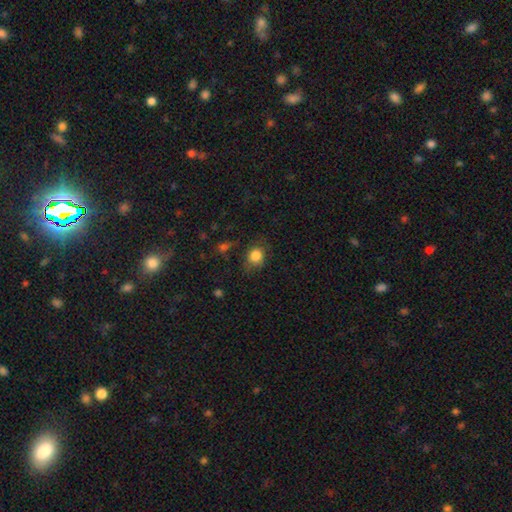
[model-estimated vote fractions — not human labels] Smooth or featured: smooth — 83% (star or artifact — 10%)
How rounded: round — 64% (in between — 35%)
Merging: none — 70% (minor disturbance — 20%)